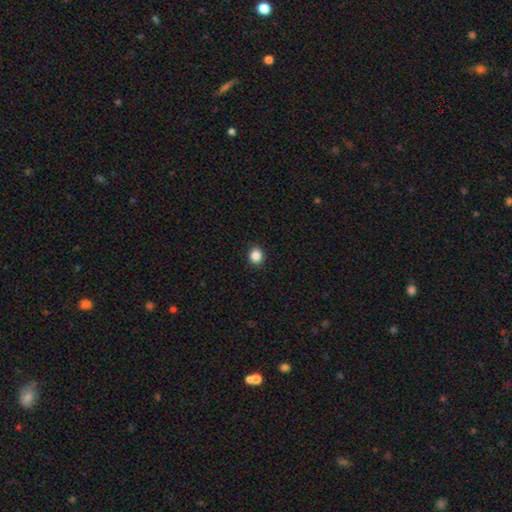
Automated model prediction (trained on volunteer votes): smooth 87%, star or artifact 10%, featured or disk 3%. Down the decision tree: how rounded — round (75%); merging — none (91%).